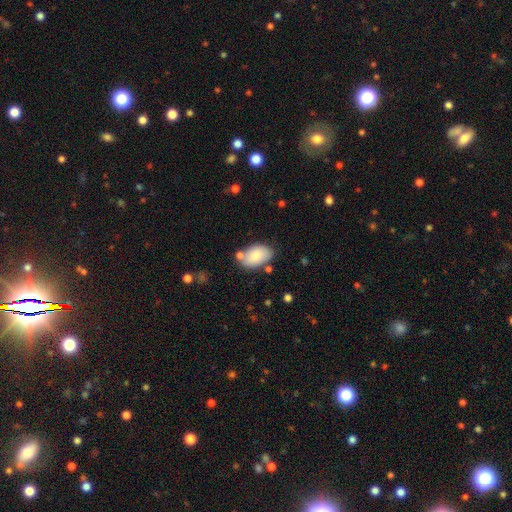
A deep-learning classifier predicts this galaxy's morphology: Q: Smooth or featured?
A: smooth (81%); runner-up: featured or disk (13%)
Q: How rounded?
A: in between (93%); runner-up: round (6%)
Q: Merging?
A: none (68%); runner-up: minor disturbance (17%)